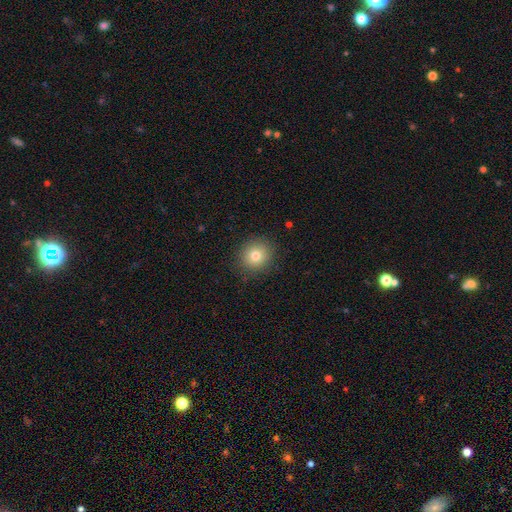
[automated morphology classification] Smooth or featured? smooth (80%)
How rounded? round (84%)
Merging? none (88%)